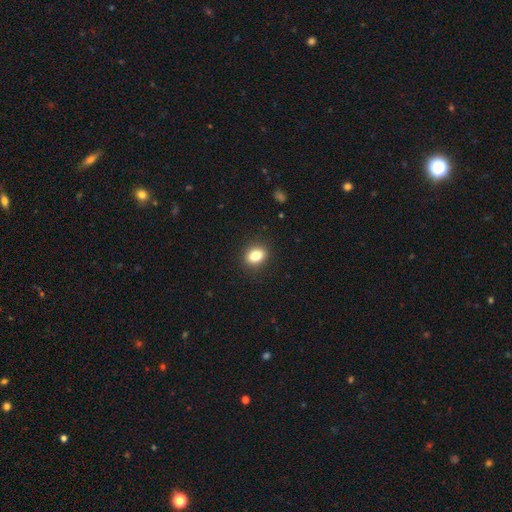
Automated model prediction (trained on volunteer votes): Smooth or featured?
  - smooth: 83% *
  - star or artifact: 10%
  - featured or disk: 7%
How rounded?
  - in between: 63% *
  - round: 36%
  - cigar-shaped: 1%
Merging?
  - none: 89% *
  - minor disturbance: 7%
  - major disturbance: 2%
  - merger: 1%